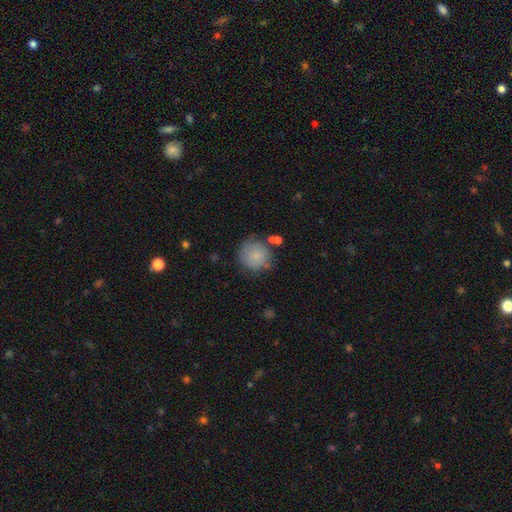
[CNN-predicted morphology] smooth_or_featured: smooth (p=0.81) [alt: featured or disk p=0.11]
how_rounded: round (p=0.92) [alt: in between p=0.07]
merging: none (p=0.69) [alt: minor disturbance p=0.18]